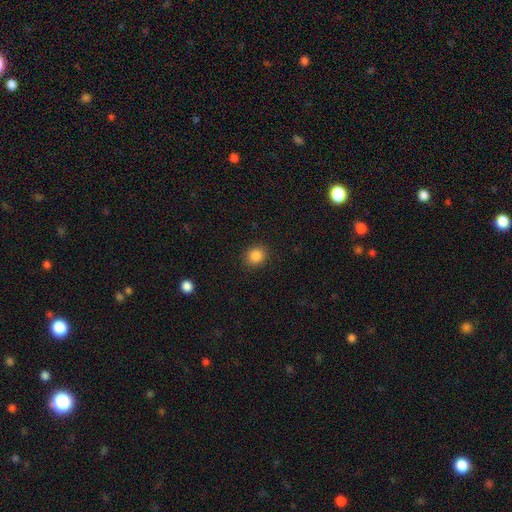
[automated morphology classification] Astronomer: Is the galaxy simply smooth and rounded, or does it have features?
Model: smooth — 86%.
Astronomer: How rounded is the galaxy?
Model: round — 71%.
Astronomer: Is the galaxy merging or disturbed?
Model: none — 89%.